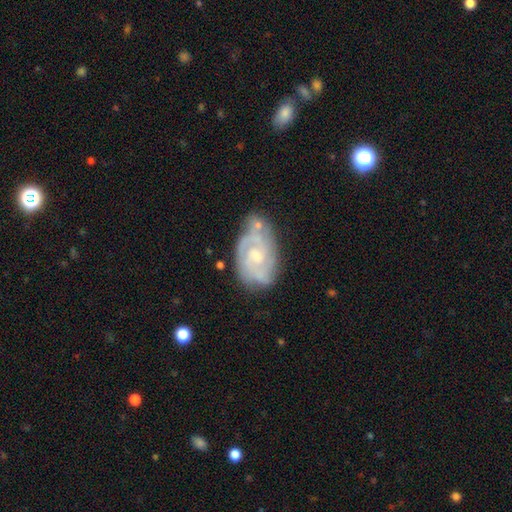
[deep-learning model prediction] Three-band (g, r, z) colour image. It shows a featured or disk galaxy (80%) with no bar (62%), 2 (42%) tight (55%) spiral arms (92%) and a moderate central bulge (47%). Merging: none (60%).